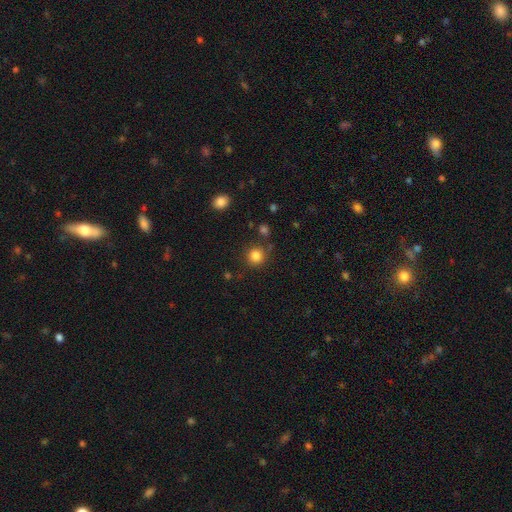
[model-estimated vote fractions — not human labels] Morphology: type=smooth (84%); roundness=round (92%); merging=none (84%).